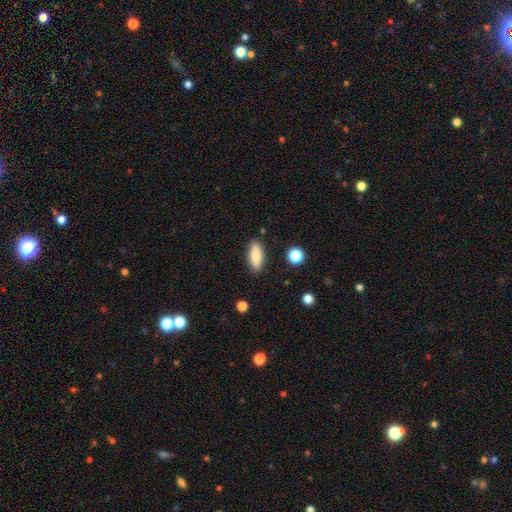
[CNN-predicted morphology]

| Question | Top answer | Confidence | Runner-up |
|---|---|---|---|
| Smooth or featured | smooth | 78% | featured or disk (15%) |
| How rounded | in between | 71% | cigar-shaped (26%) |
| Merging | none | 87% | minor disturbance (9%) |